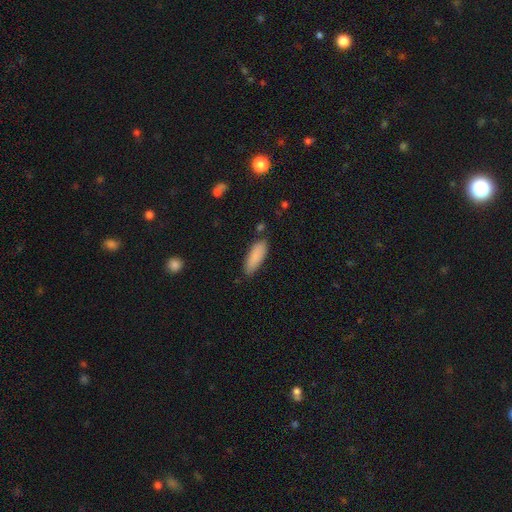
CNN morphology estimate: smooth-or-featured: smooth: 87% | star or artifact: 6% | featured or disk: 6%
  how-rounded: in between: 63% | cigar-shaped: 35% | round: 2%
  merging: none: 79% | minor disturbance: 15% | major disturbance: 3% | merger: 3%